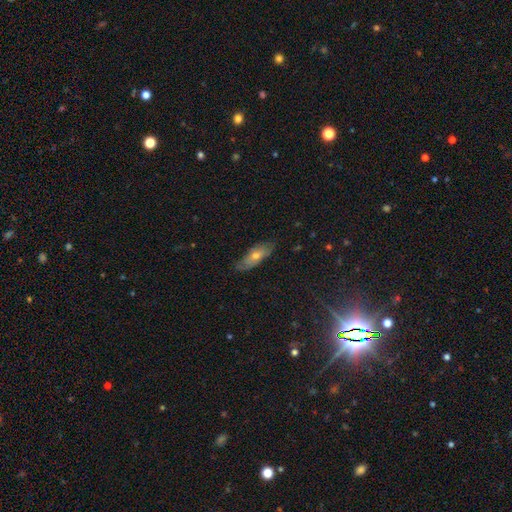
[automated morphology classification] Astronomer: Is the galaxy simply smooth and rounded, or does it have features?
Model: smooth — 49% (runner-up: featured or disk, 41%).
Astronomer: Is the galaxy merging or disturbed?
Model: none — 75%.